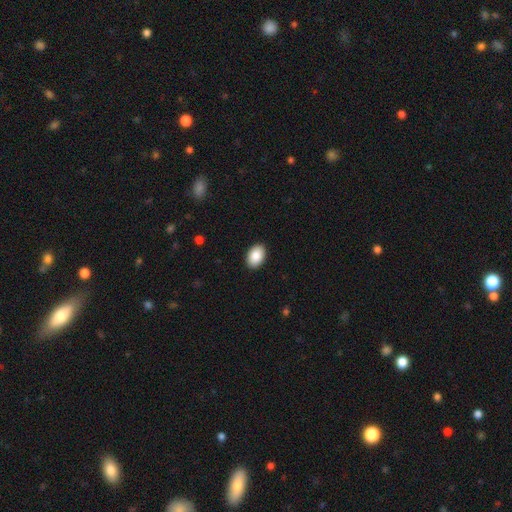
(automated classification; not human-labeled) smooth_or_featured: smooth (p=0.89) [alt: star or artifact p=0.06]
how_rounded: in between (p=0.87) [alt: round p=0.11]
merging: none (p=0.91) [alt: minor disturbance p=0.07]